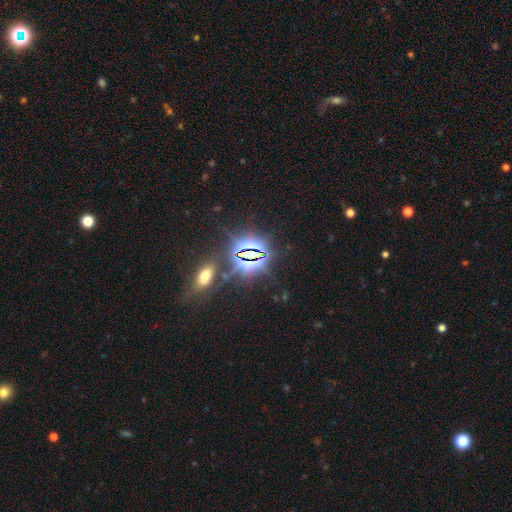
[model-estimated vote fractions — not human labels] smooth_or_featured: star or artifact (p=0.81) [alt: smooth p=0.11]